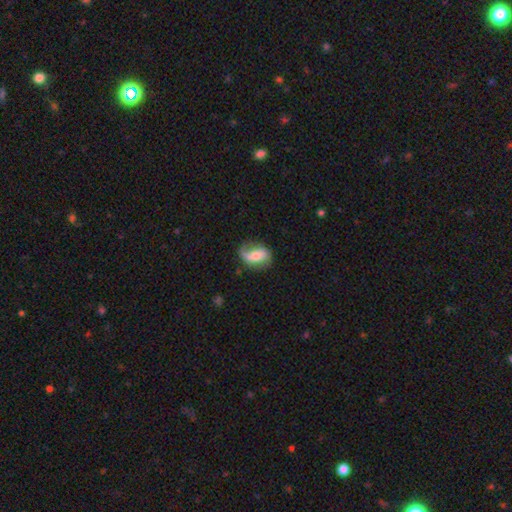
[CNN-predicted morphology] This is possibly a featured or disk galaxy (53%). It is clearly not viewed edge-on (94%). Merging: possibly none (52%).